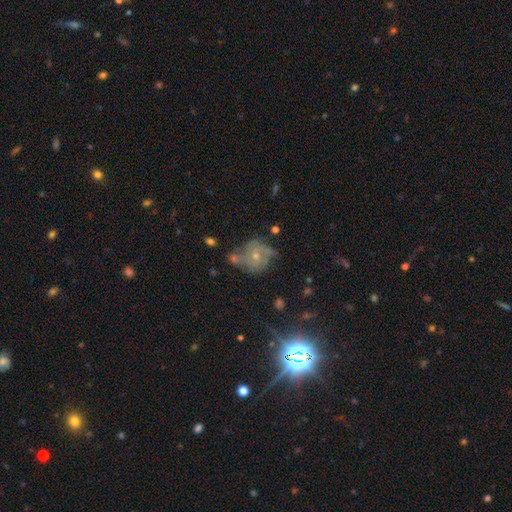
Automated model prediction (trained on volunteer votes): smooth_or_featured: featured or disk (p=0.61) [alt: smooth p=0.26]
disk_edge_on: no (p=0.97) [alt: yes p=0.03]
bar: no (p=0.82) [alt: weak p=0.15]
has_spiral_arms: yes (p=0.76) [alt: no p=0.24]
bulge_size: small (p=0.57) [alt: moderate p=0.38]
merging: none (p=0.51) [alt: minor disturbance p=0.24]